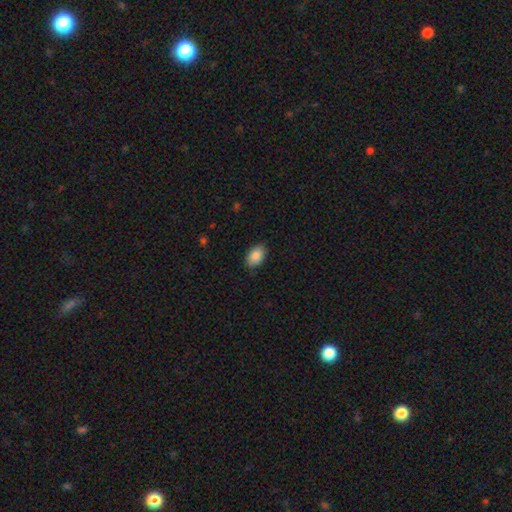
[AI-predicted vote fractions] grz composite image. It shows a smooth galaxy with no disk features (88%) that is in between round and cigar-shaped (90%). Merging: none (87%).